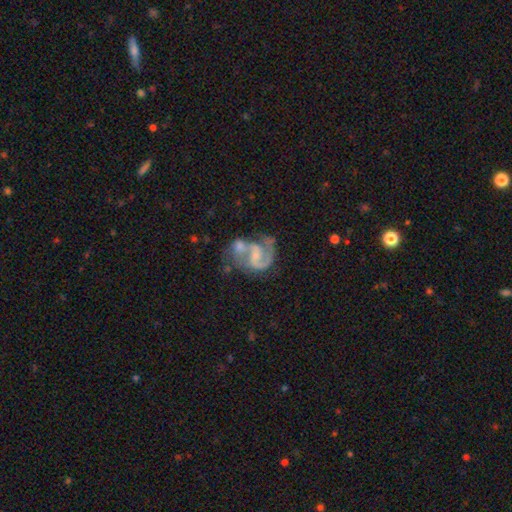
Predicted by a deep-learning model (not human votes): The model was most divided on "merging": merger: 35%, none: 32%, minor disturbance: 17%, major disturbance: 16%. Remaining: edge-on disk — no (98%); spiral arms — yes (95%); smooth or featured — featured or disk (85%); spiral arm count — 2 (81%); spiral winding — medium (56%); bulge size — small (53%); bar — weak (46%).